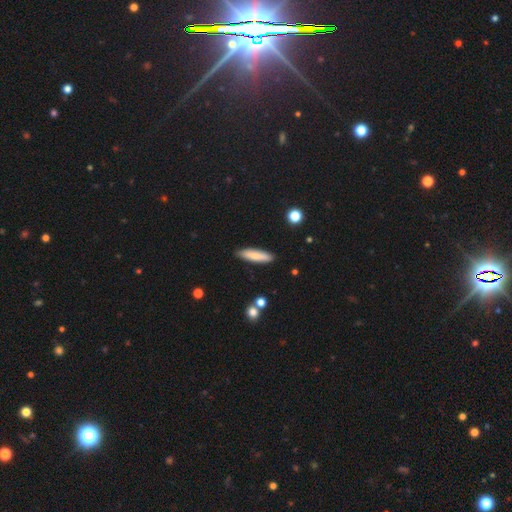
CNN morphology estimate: Smooth or featured? smooth (75%)
How rounded? cigar-shaped (75%)
Merging? none (87%)